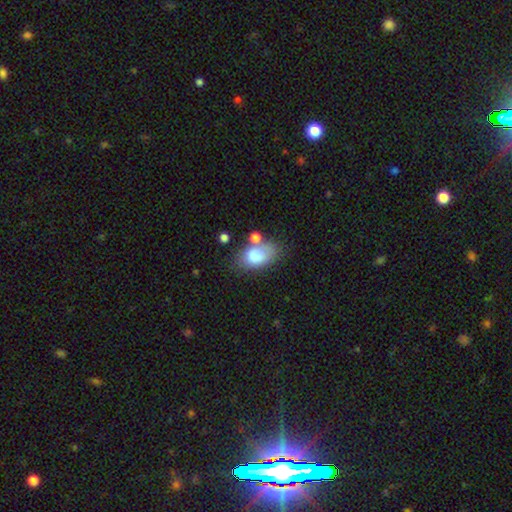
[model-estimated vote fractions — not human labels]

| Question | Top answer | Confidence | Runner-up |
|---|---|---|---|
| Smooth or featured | smooth | 76% | featured or disk (15%) |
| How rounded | in between | 88% | round (11%) |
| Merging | none | 42% | minor disturbance (23%) |